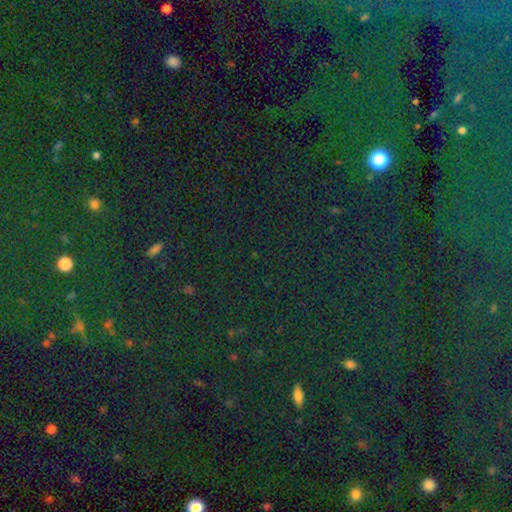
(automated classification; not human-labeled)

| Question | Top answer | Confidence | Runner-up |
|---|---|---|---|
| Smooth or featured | star or artifact | 80% | smooth (12%) |